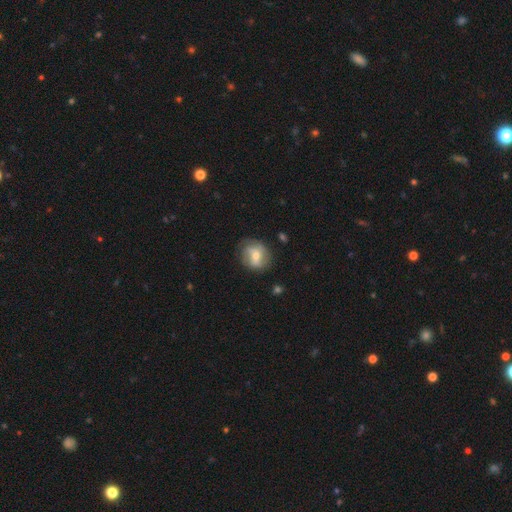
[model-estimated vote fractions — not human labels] Smooth or featured?
  - smooth: 48% *
  - featured or disk: 44%
  - star or artifact: 8%
Merging?
  - none: 70% *
  - minor disturbance: 21%
  - major disturbance: 7%
  - merger: 2%